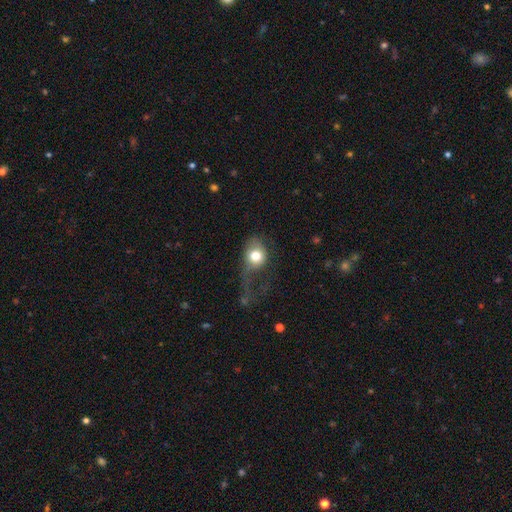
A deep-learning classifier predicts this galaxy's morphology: type=smooth (73%); roundness=round (58%); merging=major disturbance (54%).